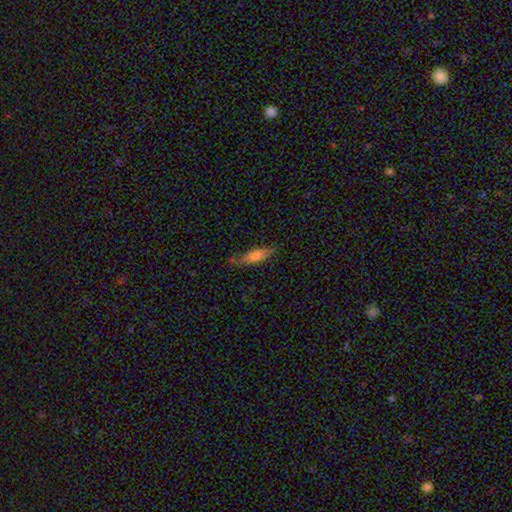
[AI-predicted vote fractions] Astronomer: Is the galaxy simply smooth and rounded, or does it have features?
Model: smooth — 63%.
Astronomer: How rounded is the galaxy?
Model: cigar-shaped — 55% (runner-up: in between, 43%).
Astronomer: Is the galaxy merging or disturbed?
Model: none — 74%.